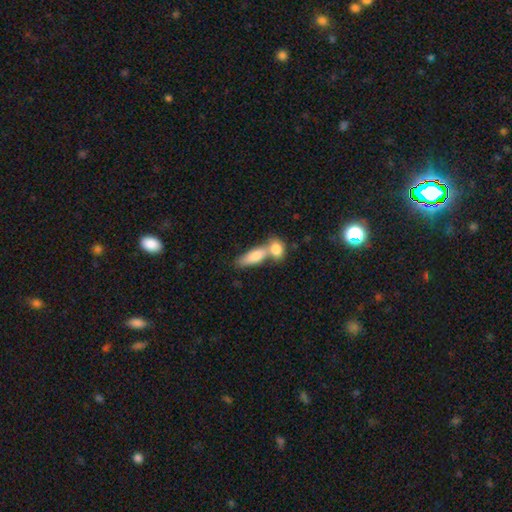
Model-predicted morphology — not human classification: Smooth or featured? smooth (76%)
How rounded? in between (70%)
Merging? merger (59%)